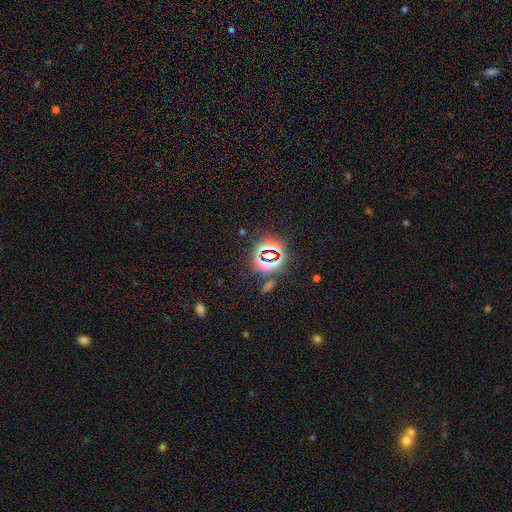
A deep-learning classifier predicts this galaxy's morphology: star or artifact 76%, smooth 16%, featured or disk 8%.